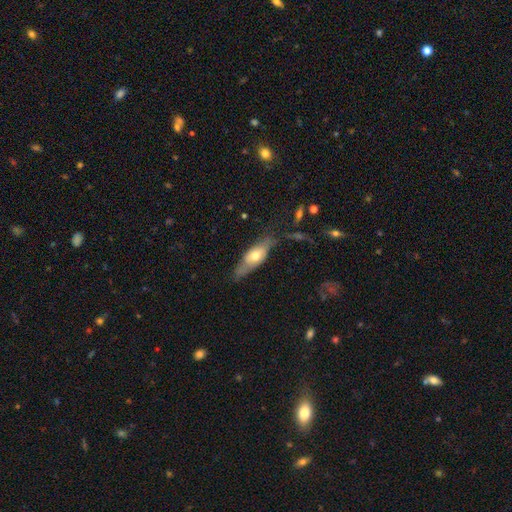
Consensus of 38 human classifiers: A smooth galaxy with no disk features (61%) that is in between round and cigar-shaped (70%). Merging: none (55%).